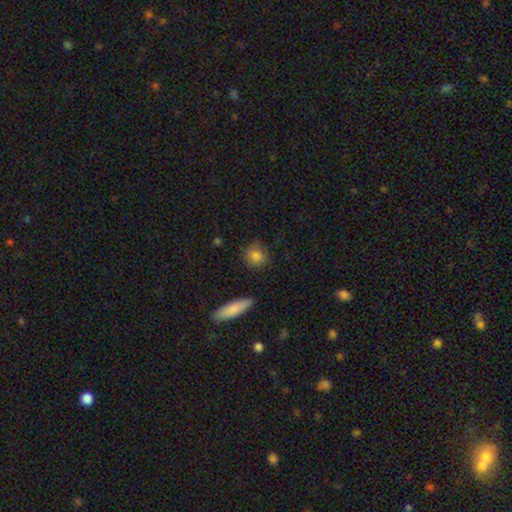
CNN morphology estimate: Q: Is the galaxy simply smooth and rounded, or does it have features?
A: smooth — 83%.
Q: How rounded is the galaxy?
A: round — 71%.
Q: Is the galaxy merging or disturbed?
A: none — 76%.